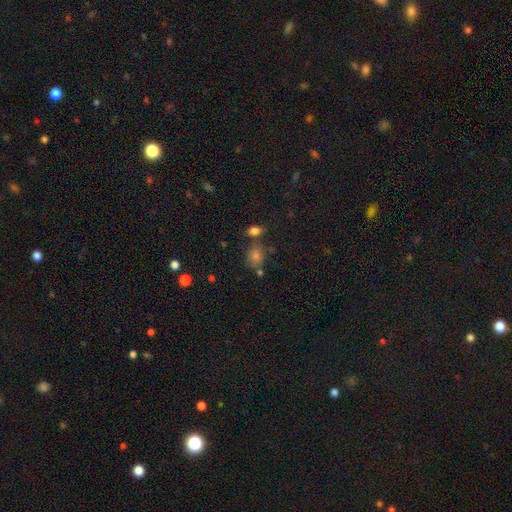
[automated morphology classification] Smooth or featured? smooth (69%)
How rounded? round (56%)
Merging? none (68%)